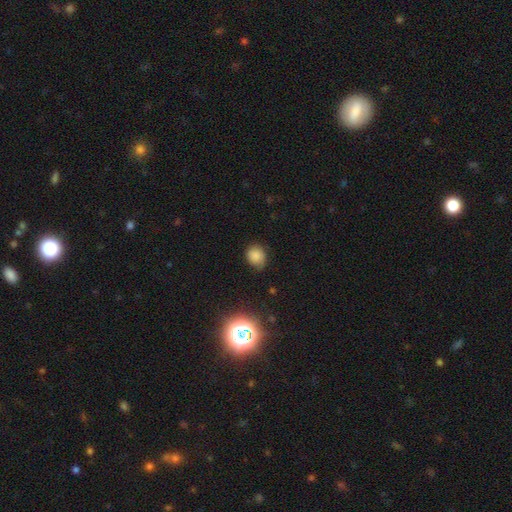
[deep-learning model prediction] A smooth galaxy with no disk features (81%) that is round (62%). Merging: none (72%).